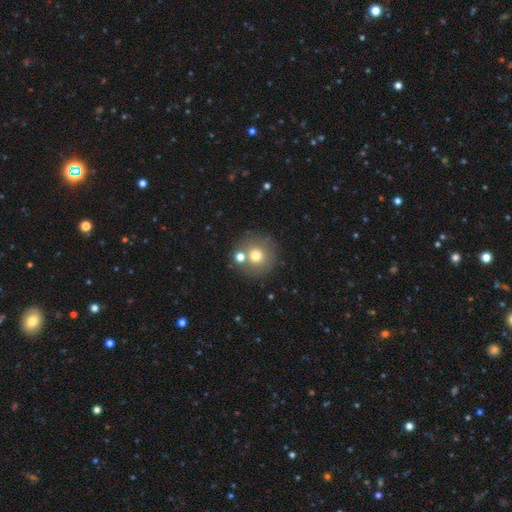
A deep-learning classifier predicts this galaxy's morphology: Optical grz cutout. It shows a smooth galaxy with no disk features (70%) that is round (93%). Merging: none (72%).